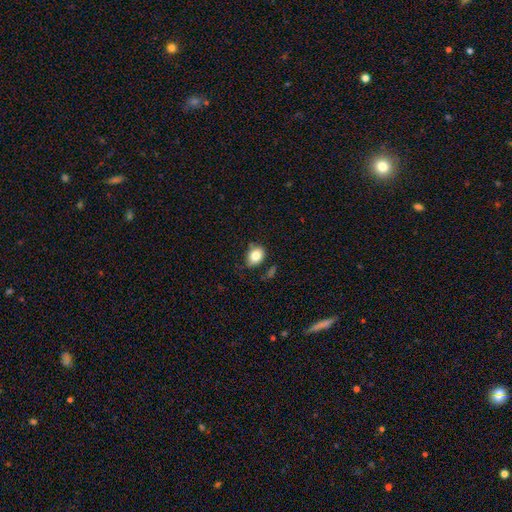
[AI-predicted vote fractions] A smooth galaxy with no disk features (82%) that is in between round and cigar-shaped (61%).

Vote fractions:
- Smooth or featured? smooth: 82% / featured or disk: 9% / star or artifact: 9%
- How rounded? in between: 61% / round: 38% / cigar-shaped: 1%
- Merging? none: 71% / minor disturbance: 20% / major disturbance: 5% / merger: 4%